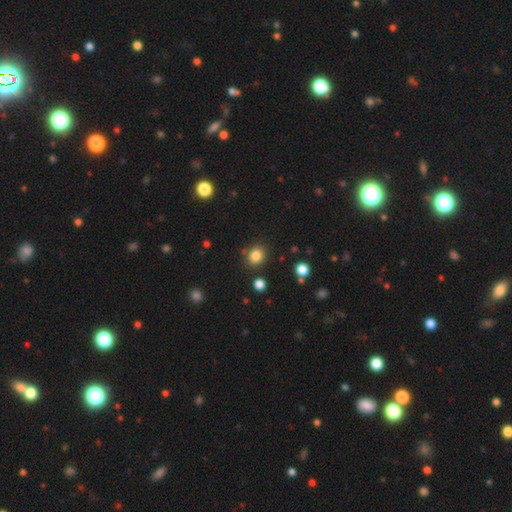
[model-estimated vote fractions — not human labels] This appears to be a smooth galaxy with no disk features (83%) that is round (72%). Merging: none (84%).